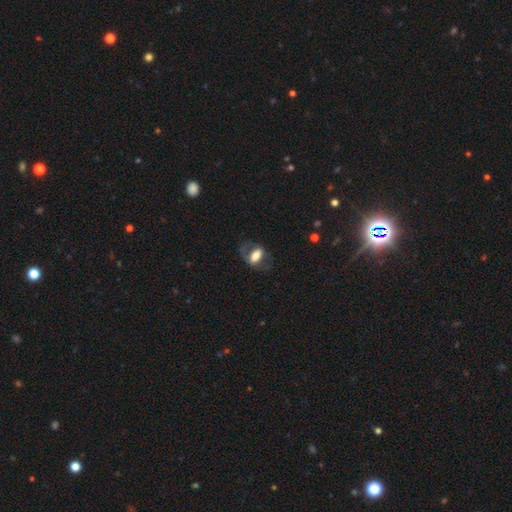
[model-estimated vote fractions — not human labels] Q: Smooth or featured?
A: smooth (50%); runner-up: featured or disk (42%)
Q: How rounded?
A: in between (81%); runner-up: round (11%)
Q: Merging?
A: none (61%); runner-up: major disturbance (19%)